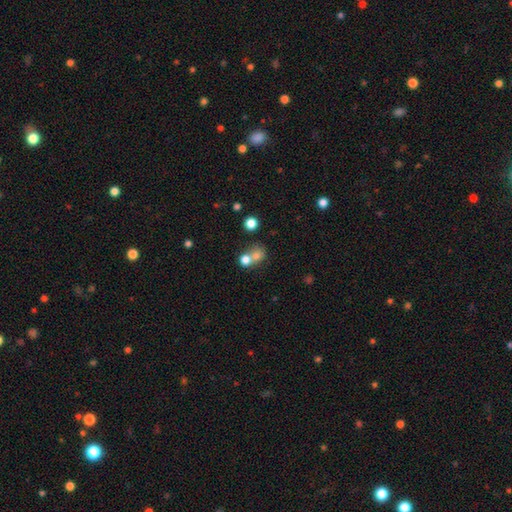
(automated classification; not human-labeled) smooth_or_featured: smooth (p=0.73) [alt: star or artifact p=0.14]
how_rounded: round (p=0.73) [alt: in between p=0.26]
merging: merger (p=0.56) [alt: none p=0.33]